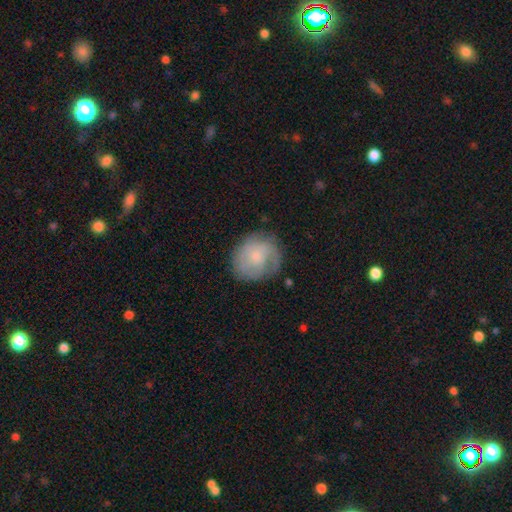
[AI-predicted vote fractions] Smooth or featured: smooth — 54% (featured or disk — 39%)
How rounded: round — 75% (in between — 24%)
Merging: none — 66% (minor disturbance — 22%)